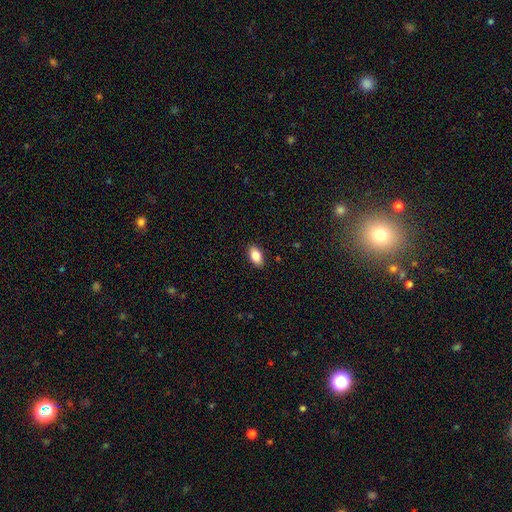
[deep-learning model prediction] Smooth or featured? Predicted: smooth (p=0.84). How rounded? Predicted: in between (p=0.91). Merging? Predicted: none (p=0.89).